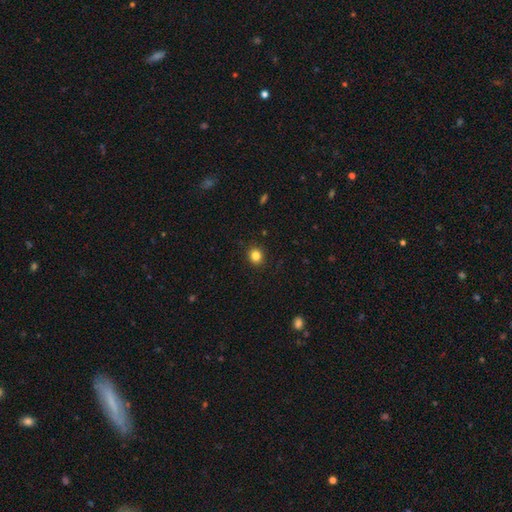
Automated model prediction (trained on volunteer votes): smooth-or-featured: smooth: 84% | star or artifact: 12% | featured or disk: 5%
  how-rounded: round: 81% | in between: 18% | cigar-shaped: 1%
  merging: none: 91% | minor disturbance: 6% | major disturbance: 2% | merger: 1%